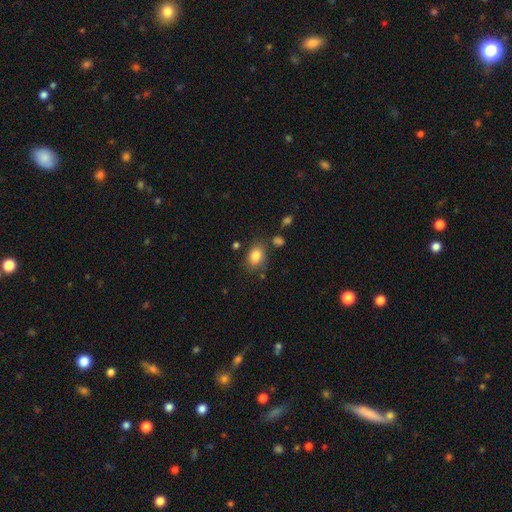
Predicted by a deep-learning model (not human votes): smooth 84%, star or artifact 9%, featured or disk 7%. Down the decision tree: how rounded — in between (75%); merging — none (70%).